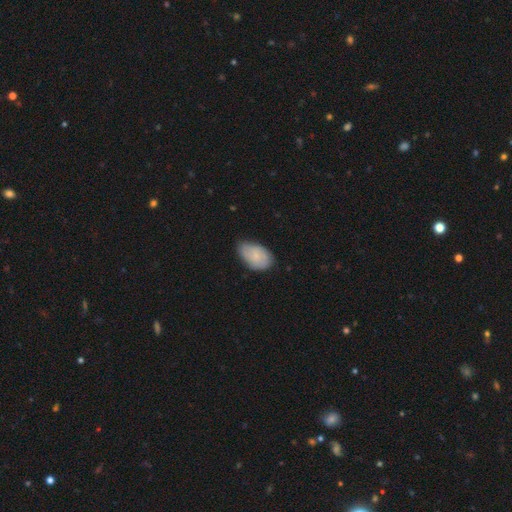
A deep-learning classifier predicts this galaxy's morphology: The model was most divided on "merging": none: 57%, minor disturbance: 35%, major disturbance: 6%, merger: 1%. More confident: how rounded — in between (92%); smooth or featured — smooth (73%).